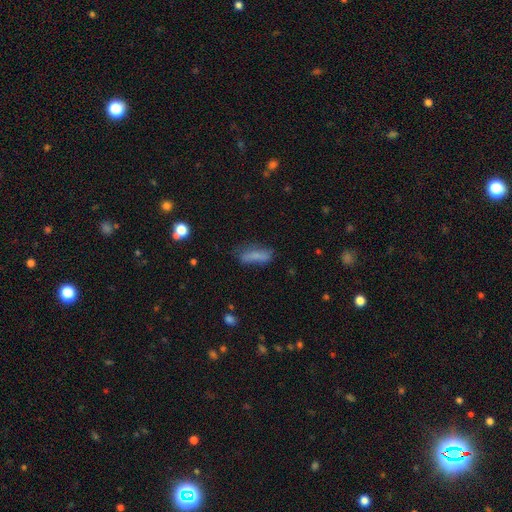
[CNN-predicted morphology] Q: Smooth or featured?
A: smooth (75%); runner-up: featured or disk (15%)
Q: How rounded?
A: cigar-shaped (58%); runner-up: in between (40%)
Q: Merging?
A: none (57%); runner-up: minor disturbance (26%)